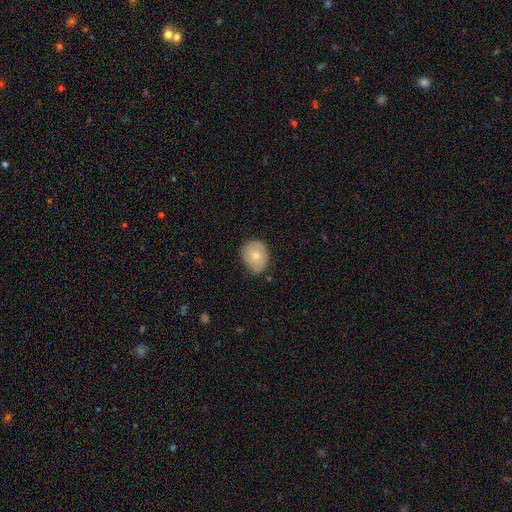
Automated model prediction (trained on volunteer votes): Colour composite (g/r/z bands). It shows a smooth galaxy with no disk features (70%) that is round (56%). Merging: none (65%).